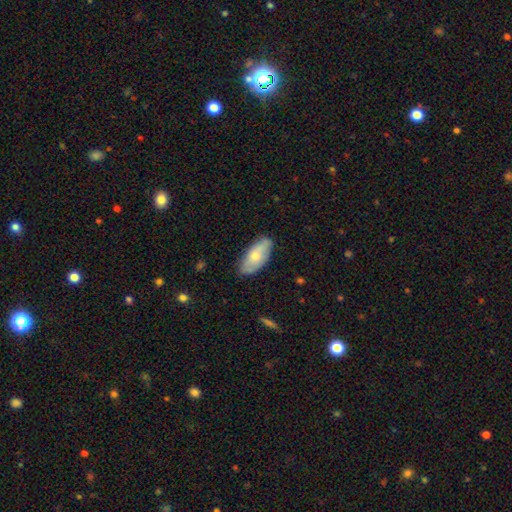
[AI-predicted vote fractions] Morphology: type=smooth (64%); roundness=in between (89%); merging=none (74%).